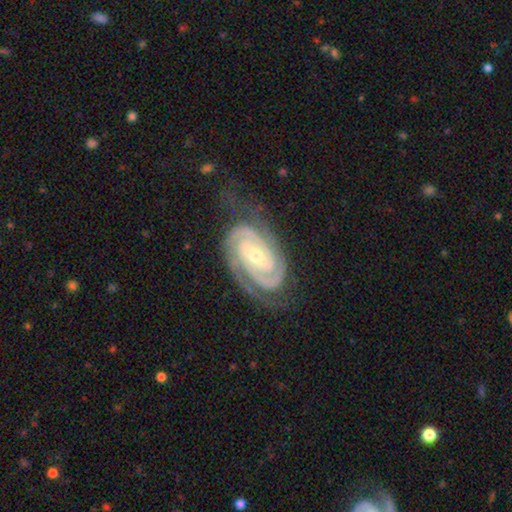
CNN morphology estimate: smooth_or_featured: featured or disk (p=0.93) [alt: star or artifact p=0.04]
disk_edge_on: no (p=0.97) [alt: yes p=0.03]
bar: weak (p=0.37) [alt: no p=0.35]
has_spiral_arms: yes (p=0.99) [alt: no p=0.01]
spiral_winding: tight (p=0.79) [alt: medium p=0.18]
spiral_arm_count: 2 (p=0.80) [alt: 3 p=0.09]
bulge_size: moderate (p=0.51) [alt: small p=0.46]
merging: none (p=0.75) [alt: minor disturbance p=0.17]